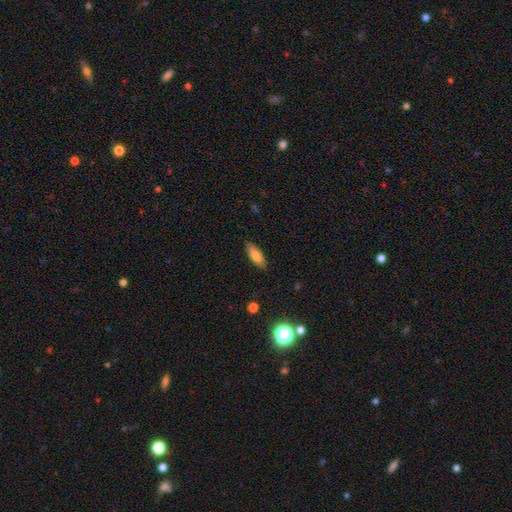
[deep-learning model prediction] Smooth or featured?
  - smooth: 80% *
  - featured or disk: 13%
  - star or artifact: 7%
How rounded?
  - in between: 65% *
  - cigar-shaped: 33%
  - round: 2%
Merging?
  - none: 86% *
  - minor disturbance: 11%
  - major disturbance: 2%
  - merger: 1%